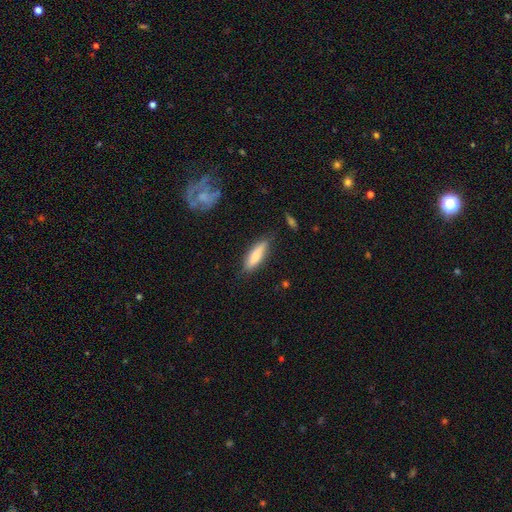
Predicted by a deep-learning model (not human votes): A smooth galaxy with no disk features (80%) that is cigar-shaped (54%). Merging: none (78%).